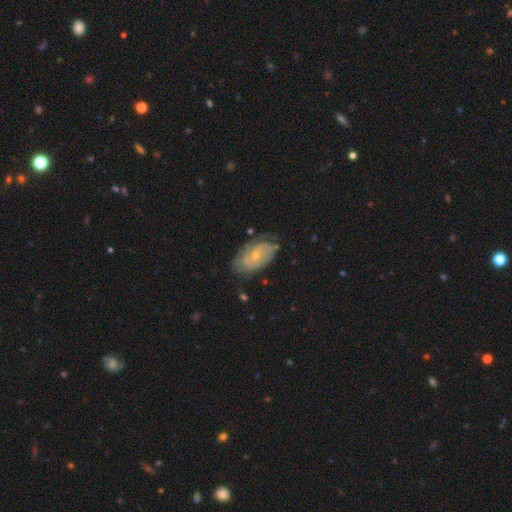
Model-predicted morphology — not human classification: This appears to be a featured or disk galaxy (75%) with no bar (66%), 2 (42%) tight (57%) spiral arms (88%) and a small central bulge (64%). Merging: none (64%).